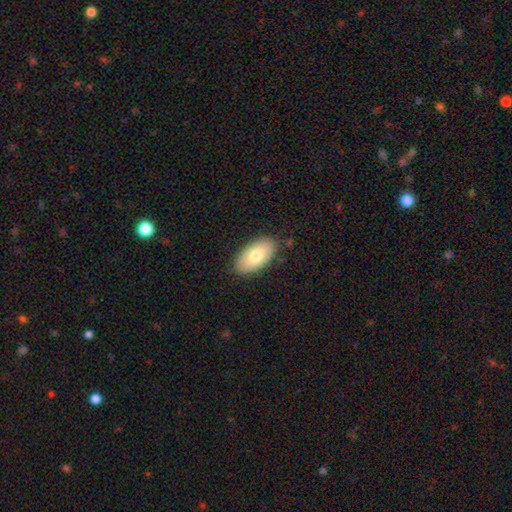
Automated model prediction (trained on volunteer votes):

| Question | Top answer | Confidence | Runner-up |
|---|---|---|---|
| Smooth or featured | smooth | 75% | featured or disk (19%) |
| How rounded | in between | 95% | round (3%) |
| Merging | none | 85% | minor disturbance (11%) |